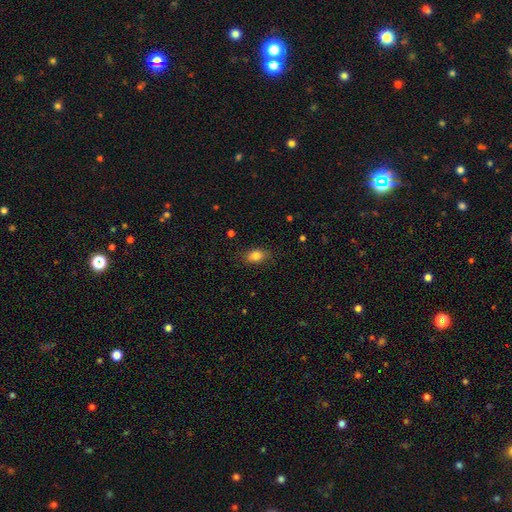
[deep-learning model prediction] Overall: smooth (83%). How rounded: in between (83%). Merging: none (79%).